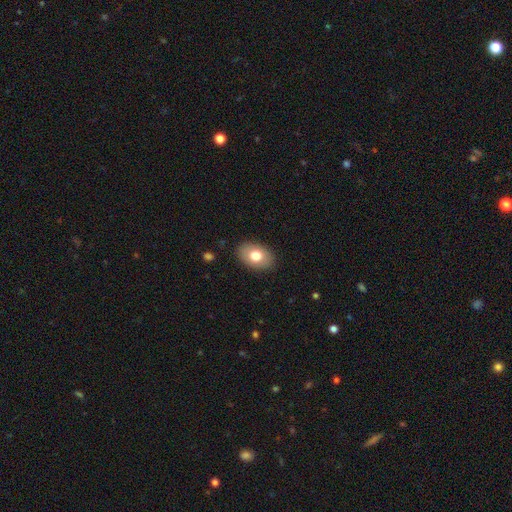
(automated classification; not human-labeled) Morphology: type=smooth (76%); roundness=in between (82%); merging=none (88%).